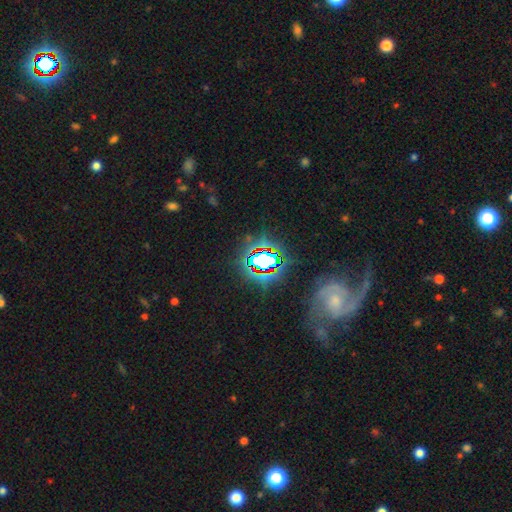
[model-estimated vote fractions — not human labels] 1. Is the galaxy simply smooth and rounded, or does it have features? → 62% featured or disk, 25% star or artifact, 13% smooth.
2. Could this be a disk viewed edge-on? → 95% no, 5% yes.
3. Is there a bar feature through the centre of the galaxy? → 50% no, 35% weak, 15% strong.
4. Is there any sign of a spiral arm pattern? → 93% yes, 7% no.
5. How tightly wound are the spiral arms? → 48% medium, 27% tight, 25% loose.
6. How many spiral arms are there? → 74% 2, 8% can't tell, 6% 3, 5% 1, 3% 4, 3% more than 4.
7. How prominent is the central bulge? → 59% small, 30% moderate, 5% none, 4% large, 2% dominant.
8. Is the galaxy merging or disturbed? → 69% none, 13% minor disturbance, 10% major disturbance, 7% merger.